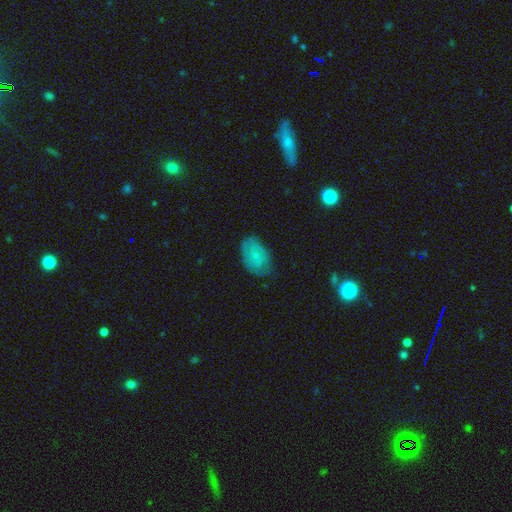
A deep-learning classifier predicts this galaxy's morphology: smooth_or_featured: smooth (p=0.67) [alt: featured or disk p=0.24]
how_rounded: in between (p=0.89) [alt: round p=0.10]
merging: none (p=0.68) [alt: minor disturbance p=0.25]